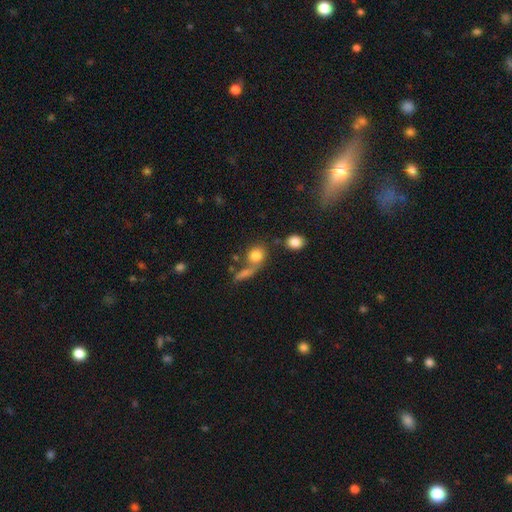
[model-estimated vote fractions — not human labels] Overall: smooth (80%). How rounded: round (71%). Merging: none (49%; merger 30%).